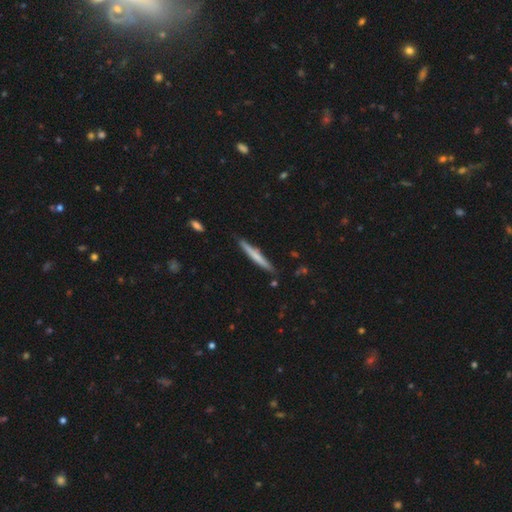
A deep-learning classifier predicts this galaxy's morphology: The model was most divided on "smooth or featured": smooth: 58%, featured or disk: 37%, star or artifact: 5%. More confident: how rounded — cigar-shaped (96%); merging — none (87%).